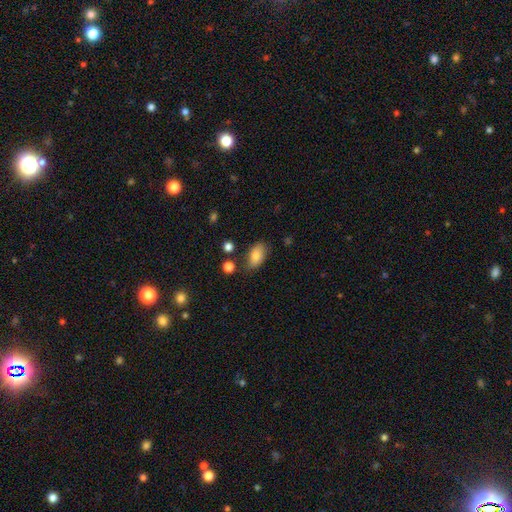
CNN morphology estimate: Overall: smooth (82%). How rounded: in between (91%). Merging: none (76%).